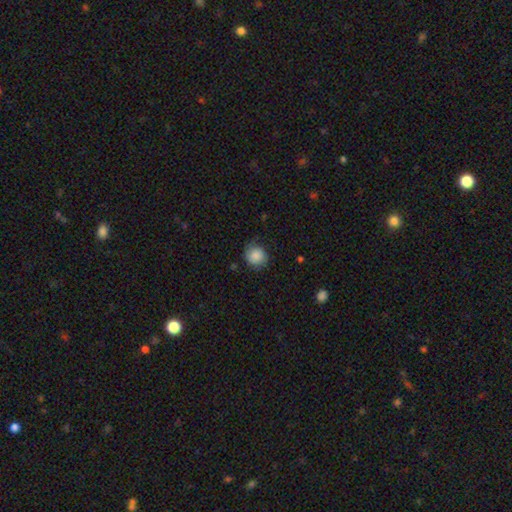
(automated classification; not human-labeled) smooth 82%, featured or disk 11%, star or artifact 8%. Down the decision tree: how rounded — round (83%); merging — none (72%).